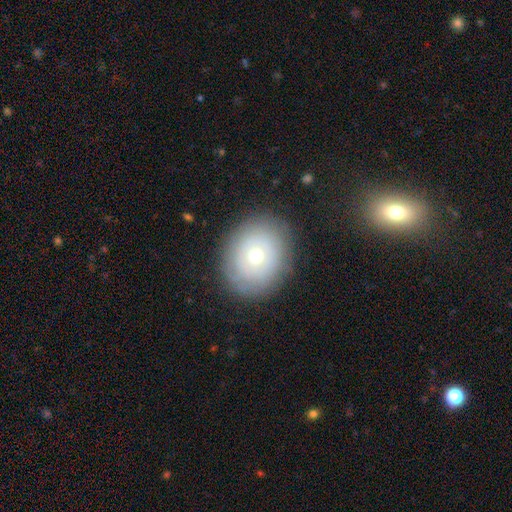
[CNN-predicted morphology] This appears to be a smooth galaxy with no disk features (52%) that is round (56%). Merging: none (81%).